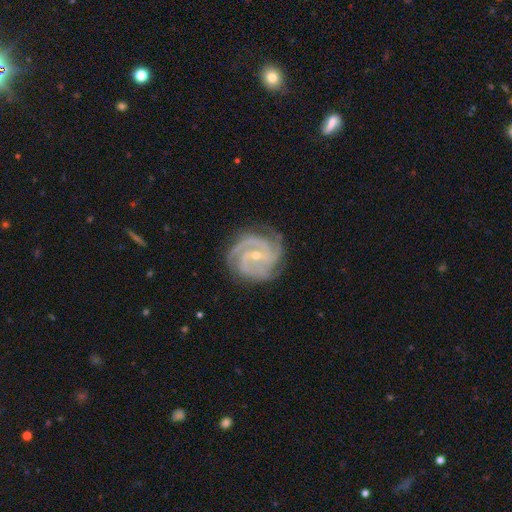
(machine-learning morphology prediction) Smooth or featured: featured or disk — 91% (star or artifact — 5%)
Edge-on disk: no — 98% (yes — 2%)
Bar: no — 43% (weak — 42%)
Spiral arms: yes — 98% (no — 2%)
Spiral winding: tight — 64% (medium — 32%)
Spiral arm count: 3 — 48% (4 — 18%)
Bulge size: small — 69% (moderate — 28%)
Merging: none — 79% (minor disturbance — 16%)